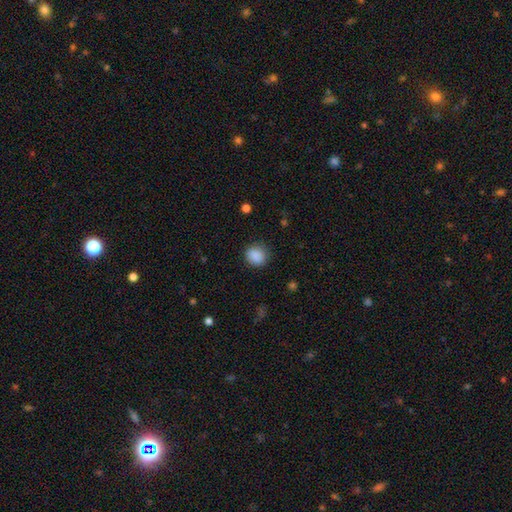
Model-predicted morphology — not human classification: smooth-or-featured: smooth: 89% | star or artifact: 8% | featured or disk: 3%
  how-rounded: round: 79% | in between: 20% | cigar-shaped: 1%
  merging: none: 86% | minor disturbance: 10% | major disturbance: 3% | merger: 1%